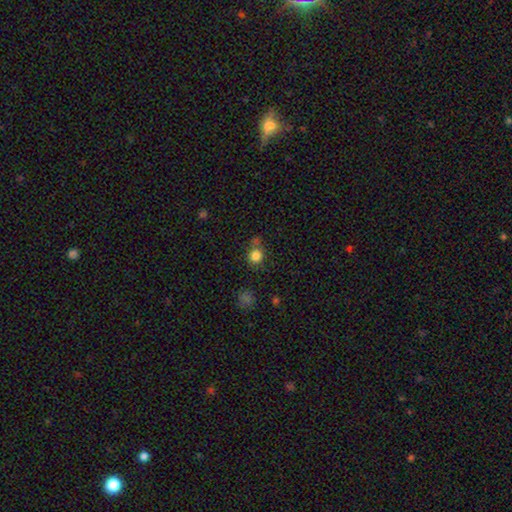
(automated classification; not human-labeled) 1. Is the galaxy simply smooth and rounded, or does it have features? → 82% smooth, 12% star or artifact, 5% featured or disk.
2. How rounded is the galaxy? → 88% round, 11% in between, 1% cigar-shaped.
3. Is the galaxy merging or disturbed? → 64% none, 17% merger, 14% minor disturbance, 5% major disturbance.